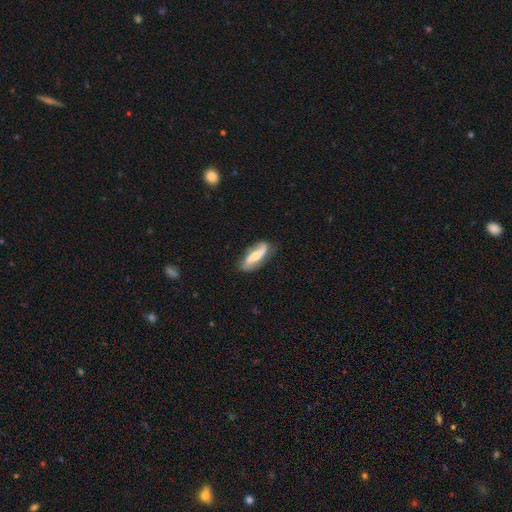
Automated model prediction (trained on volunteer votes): Smooth or featured?
  - featured or disk: 71% *
  - smooth: 23%
  - star or artifact: 5%
Edge-on disk?
  - no: 84% *
  - yes: 16%
Bar?
  - no: 37% *
  - strong: 33%
  - weak: 29%
Spiral arms?
  - yes: 89% *
  - no: 11%
Spiral winding?
  - loose: 68% *
  - medium: 22%
  - tight: 10%
Spiral arm count?
  - 2: 90% *
  - can't tell: 5%
  - 1: 3%
  - 3: 1%
  - 4: 1%
  - more than 4: 1%
Bulge size?
  - moderate: 62% *
  - small: 28%
  - large: 6%
  - none: 2%
  - dominant: 1%
Merging?
  - none: 79% *
  - minor disturbance: 15%
  - major disturbance: 4%
  - merger: 2%